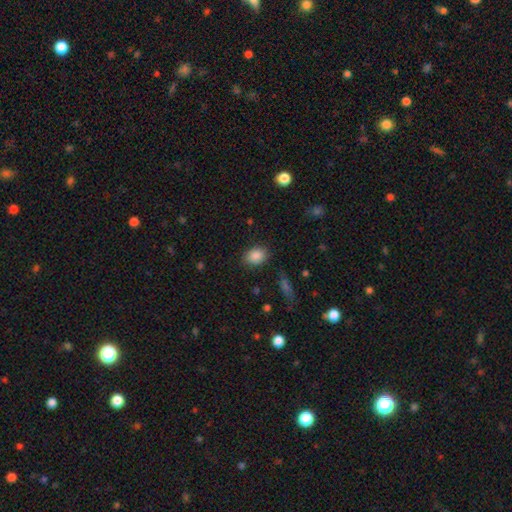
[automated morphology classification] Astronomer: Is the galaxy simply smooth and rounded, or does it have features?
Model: smooth — 87%.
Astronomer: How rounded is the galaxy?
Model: in between — 69%.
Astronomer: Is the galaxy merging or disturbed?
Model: none — 85%.